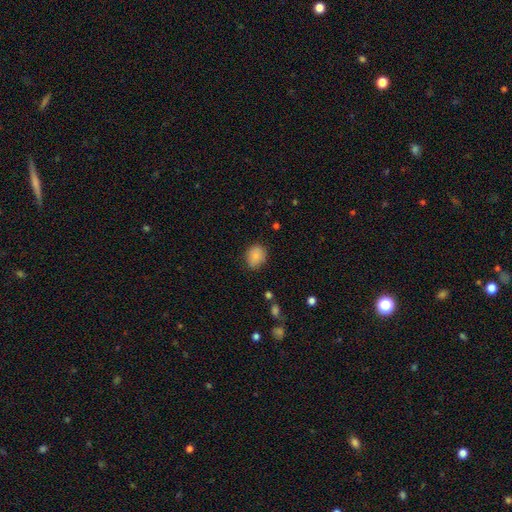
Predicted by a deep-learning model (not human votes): smooth 84%, star or artifact 8%, featured or disk 8%. Down the decision tree: how rounded — round (53%); merging — none (78%).